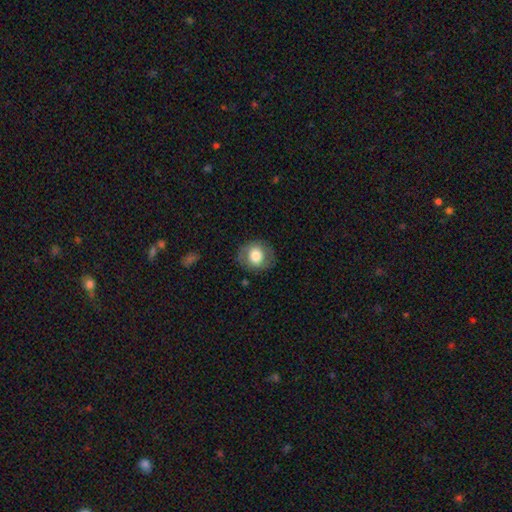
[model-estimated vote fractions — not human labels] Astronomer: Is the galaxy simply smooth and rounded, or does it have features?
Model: smooth — 72%.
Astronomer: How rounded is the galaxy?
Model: round — 78%.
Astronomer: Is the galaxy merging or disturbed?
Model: none — 79%.